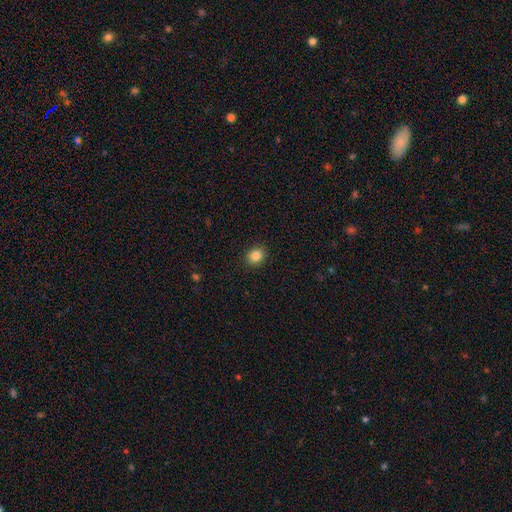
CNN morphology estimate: A smooth galaxy with no disk features (85%) that is round (63%).

Vote fractions:
- Smooth or featured? smooth: 85% / star or artifact: 10% / featured or disk: 5%
- How rounded? round: 63% / in between: 36% / cigar-shaped: 1%
- Merging? none: 91% / minor disturbance: 6% / major disturbance: 2% / merger: 1%